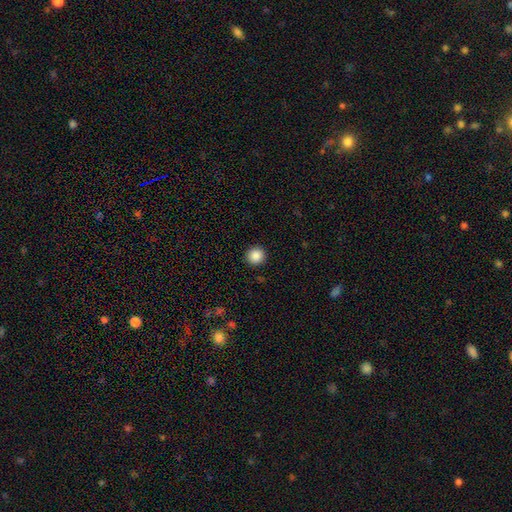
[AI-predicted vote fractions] smooth 87%, star or artifact 10%, featured or disk 3%. Down the decision tree: how rounded — round (94%); merging — none (93%).